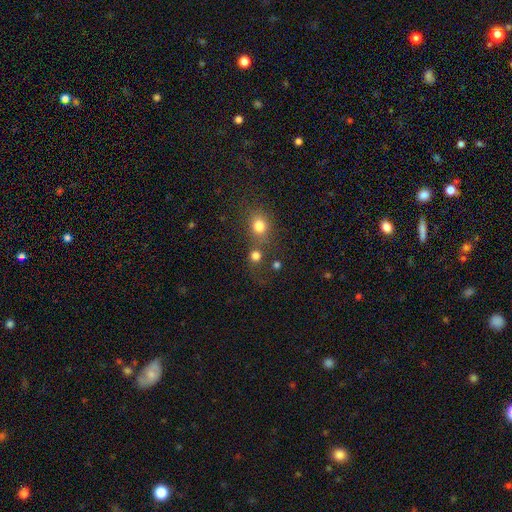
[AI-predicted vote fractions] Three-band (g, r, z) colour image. It shows a smooth galaxy with no disk features (75%) that is round (86%). Merging: none (55%).